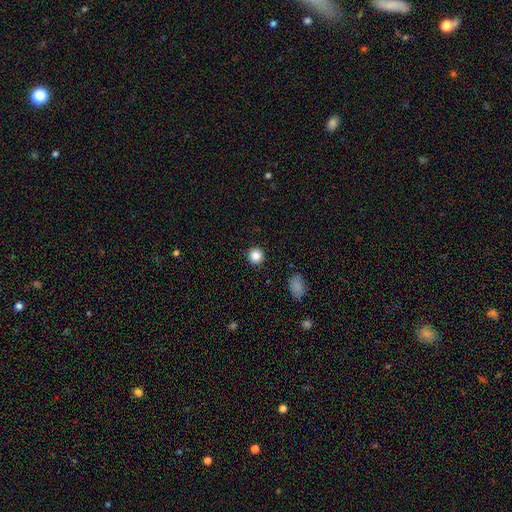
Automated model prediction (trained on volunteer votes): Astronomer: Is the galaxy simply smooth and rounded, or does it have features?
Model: smooth — 85%.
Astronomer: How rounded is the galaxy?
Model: round — 94%.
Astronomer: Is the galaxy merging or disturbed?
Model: none — 91%.